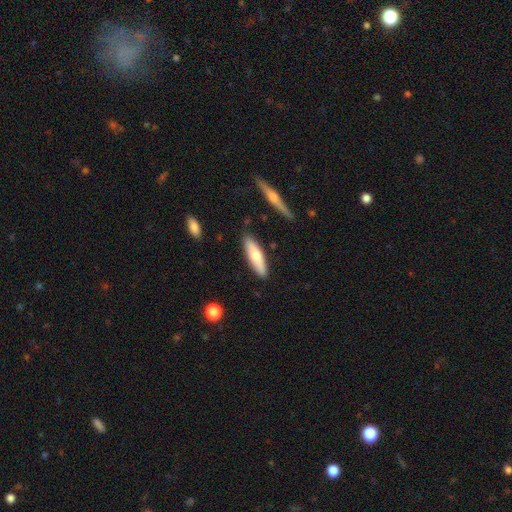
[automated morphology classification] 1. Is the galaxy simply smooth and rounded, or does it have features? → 67% smooth, 27% featured or disk, 6% star or artifact.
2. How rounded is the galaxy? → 59% cigar-shaped, 39% in between, 2% round.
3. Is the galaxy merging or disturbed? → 85% none, 10% minor disturbance, 3% merger, 2% major disturbance.